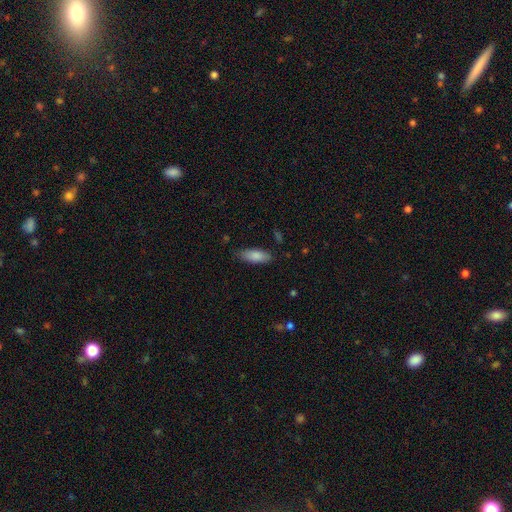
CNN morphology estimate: smooth_or_featured: smooth (p=0.85) [alt: featured or disk p=0.09]
how_rounded: in between (p=0.72) [alt: cigar-shaped p=0.26]
merging: none (p=0.79) [alt: minor disturbance p=0.16]